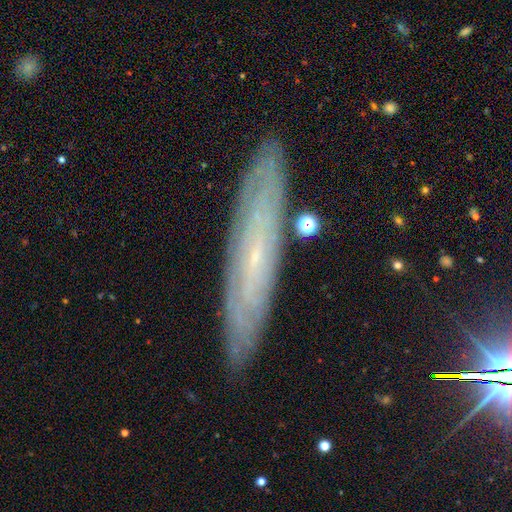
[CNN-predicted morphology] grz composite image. It shows a featured or disk galaxy (68%). Merging: none (87%).